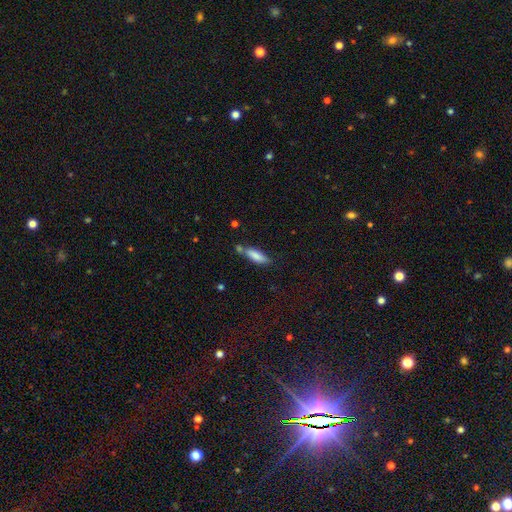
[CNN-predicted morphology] This appears to be a smooth galaxy with no disk features (80%) that is in between round and cigar-shaped (49%, tied with cigar-shaped). Merging: none (58%).